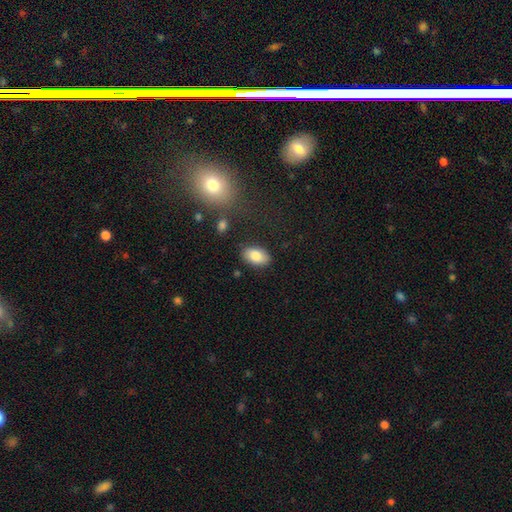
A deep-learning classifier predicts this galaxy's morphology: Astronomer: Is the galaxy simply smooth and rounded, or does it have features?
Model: smooth — 83%.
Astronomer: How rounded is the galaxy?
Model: in between — 92%.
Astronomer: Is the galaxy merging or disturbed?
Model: none — 84%.